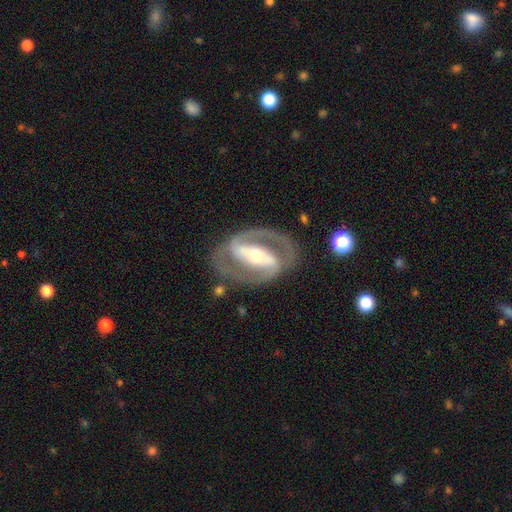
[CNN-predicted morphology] A featured or disk galaxy (90%) with a strong bar (74%), 2 (92%) medium (52%) spiral arms (92%) and a moderate central bulge (57%).

Vote fractions:
- Smooth or featured? featured or disk: 90% / smooth: 6% / star or artifact: 4%
- Edge-on disk? no: 96% / yes: 4%
- Bar? strong: 74% / weak: 16% / no: 10%
- Spiral arms? yes: 92% / no: 8%
- Spiral winding? medium: 52% / tight: 36% / loose: 12%
- Spiral arm count? 2: 92% / can't tell: 3% / 1: 2% / 3: 1% / 4: 1% / more than 4: 1%
- Bulge size? moderate: 57% / small: 34% / large: 7% / dominant: 1% / none: 1%
- Merging? none: 81% / minor disturbance: 11% / major disturbance: 6% / merger: 2%